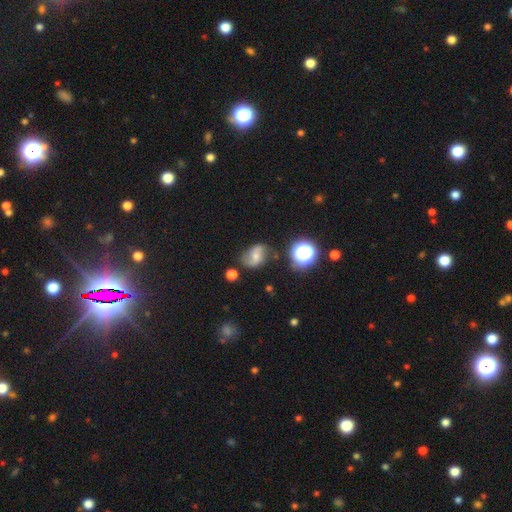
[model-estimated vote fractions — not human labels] A featured or disk galaxy (56%) with no bar (45%), spiral arms (87%) and a small central bulge (46%). Merging: none (65%).